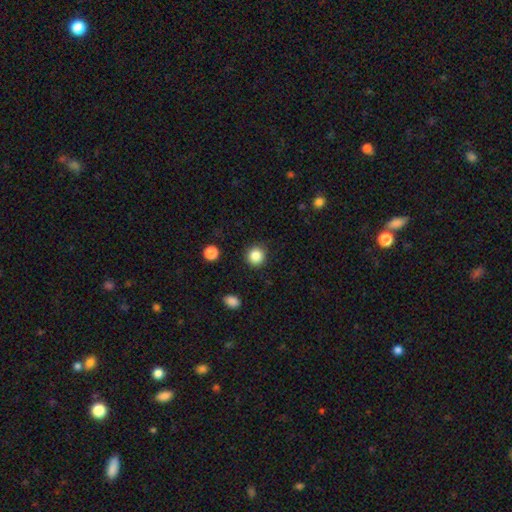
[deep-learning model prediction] smooth-or-featured: smooth: 85% | star or artifact: 11% | featured or disk: 4%
  how-rounded: round: 92% | in between: 7% | cigar-shaped: 1%
  merging: none: 90% | minor disturbance: 7% | major disturbance: 2% | merger: 1%